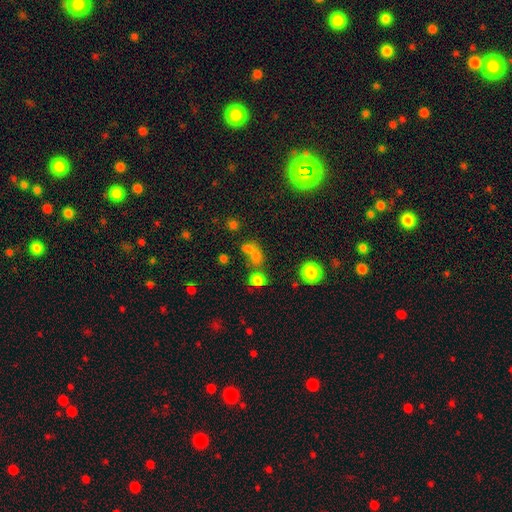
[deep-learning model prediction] smooth_or_featured: smooth (p=0.68) [alt: star or artifact p=0.22]
how_rounded: round (p=0.60) [alt: in between p=0.38]
merging: none (p=0.43) [alt: merger p=0.40]